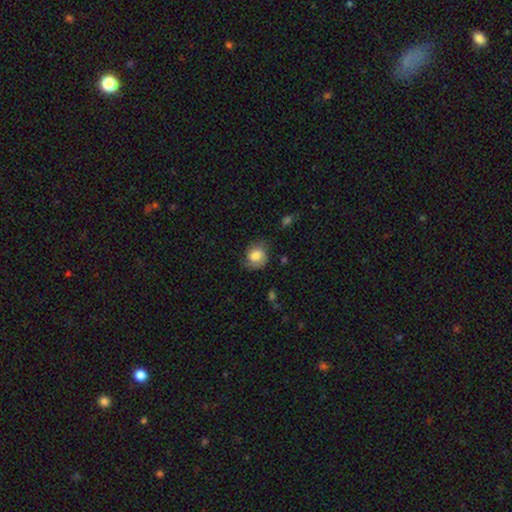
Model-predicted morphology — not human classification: This appears to be a smooth galaxy with no disk features (62%) that is round (68%). Merging: none (60%).